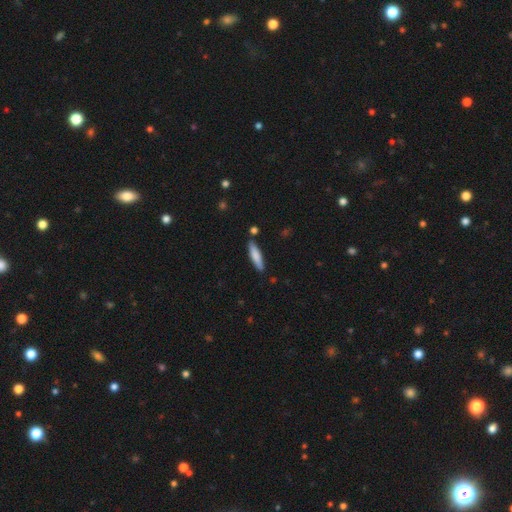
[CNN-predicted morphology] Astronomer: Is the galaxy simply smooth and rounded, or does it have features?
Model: smooth — 78%.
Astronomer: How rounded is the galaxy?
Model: cigar-shaped — 80%.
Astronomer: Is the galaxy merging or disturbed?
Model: none — 85%.